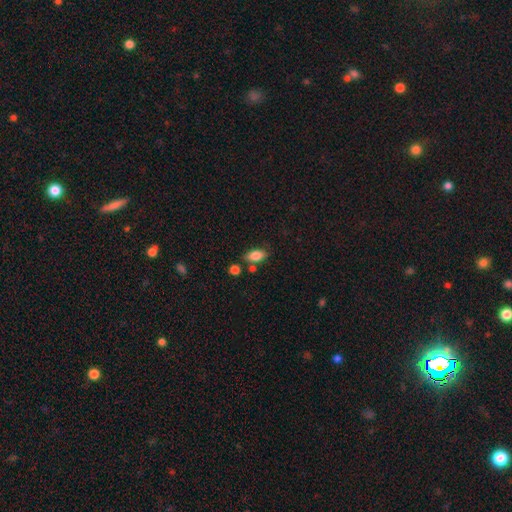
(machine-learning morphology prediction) The model was most divided on "merging": none: 71%, minor disturbance: 15%, merger: 10%, major disturbance: 4%. More confident: how rounded — in between (87%); smooth or featured — smooth (82%).